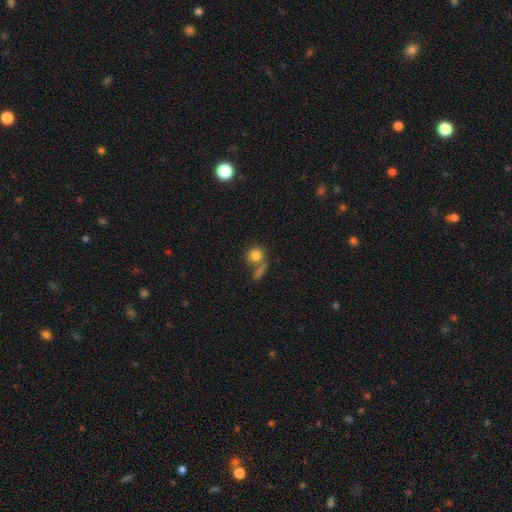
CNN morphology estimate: Smooth or featured: smooth — 80% (star or artifact — 10%)
How rounded: round — 82% (in between — 17%)
Merging: none — 48% (merger — 32%)